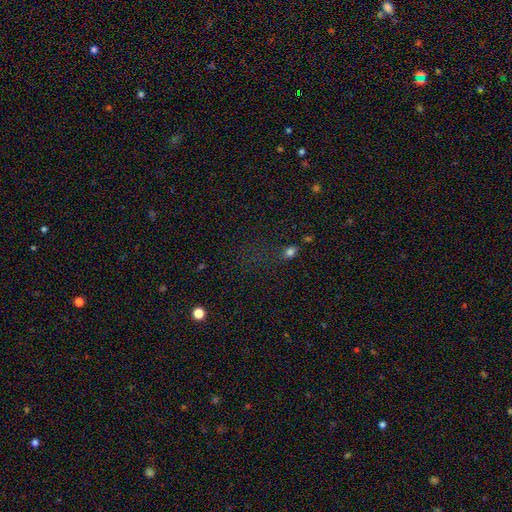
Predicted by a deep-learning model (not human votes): Smooth or featured? Predicted: star or artifact (p=0.57).